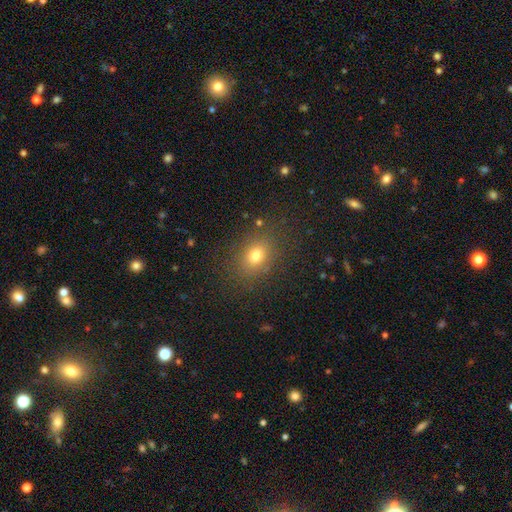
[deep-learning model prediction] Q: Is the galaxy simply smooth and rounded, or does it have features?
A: smooth — 75%.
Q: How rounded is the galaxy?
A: in between — 60%.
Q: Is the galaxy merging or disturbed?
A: none — 84%.